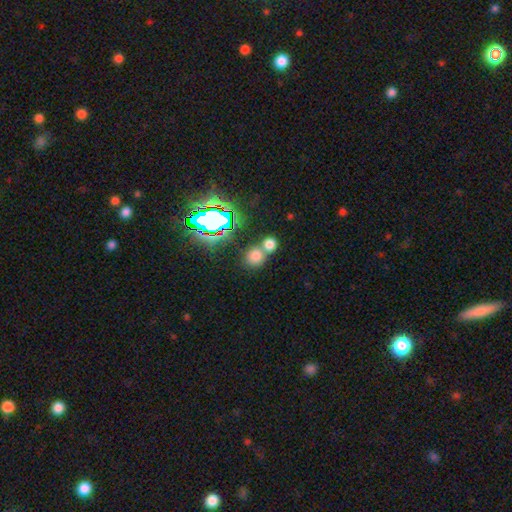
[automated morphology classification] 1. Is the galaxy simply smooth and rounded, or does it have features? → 70% smooth, 22% star or artifact, 8% featured or disk.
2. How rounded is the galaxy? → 78% round, 21% in between, 1% cigar-shaped.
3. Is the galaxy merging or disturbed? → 48% none, 42% merger, 7% minor disturbance, 3% major disturbance.